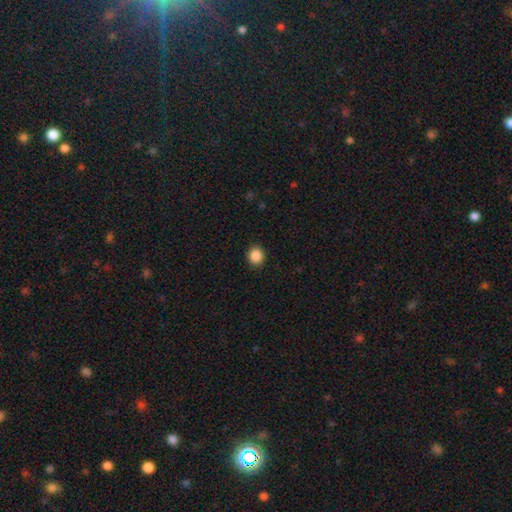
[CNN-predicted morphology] A smooth galaxy with no disk features (87%) that is round (77%). Merging: none (91%).